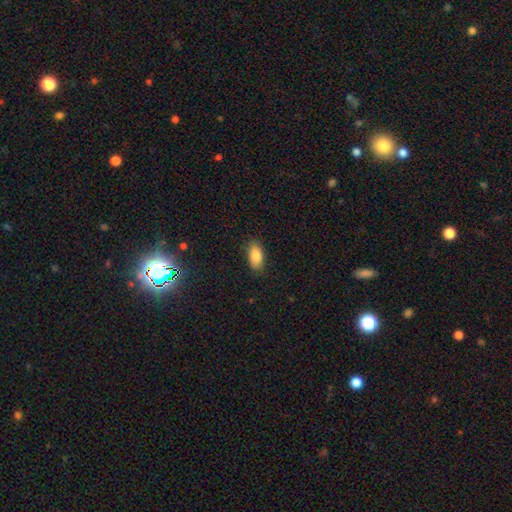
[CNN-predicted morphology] type=smooth (85%); roundness=in between (90%); merging=none (84%).